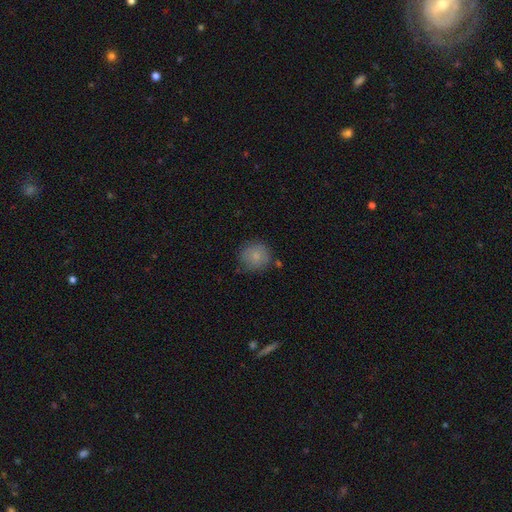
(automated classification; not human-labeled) Smooth or featured? smooth (82%)
How rounded? round (91%)
Merging? none (75%)